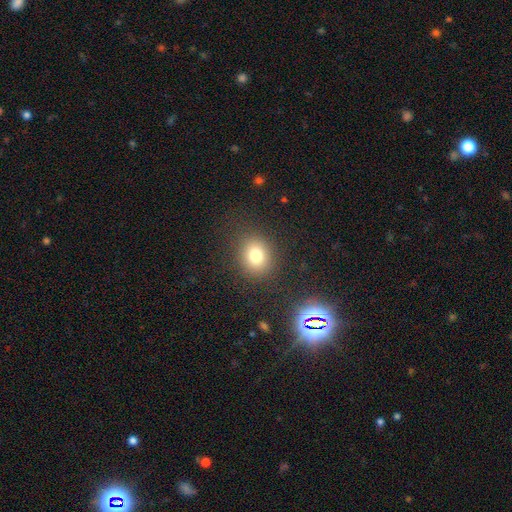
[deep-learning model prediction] This appears to be a smooth galaxy with no disk features (77%) that is round (71%). Merging: none (85%).